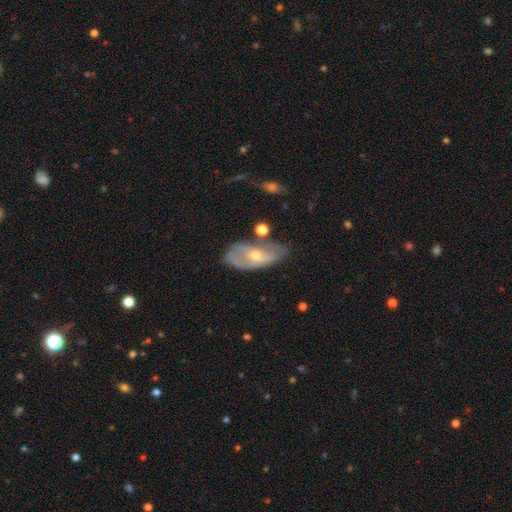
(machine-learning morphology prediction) The model was most divided on "spiral arms": yes: 53%, no: 47%. Remaining: edge-on disk — no (87%); bar — no (63%); smooth or featured — featured or disk (59%); bulge size — small (52%); merging — none (48%).